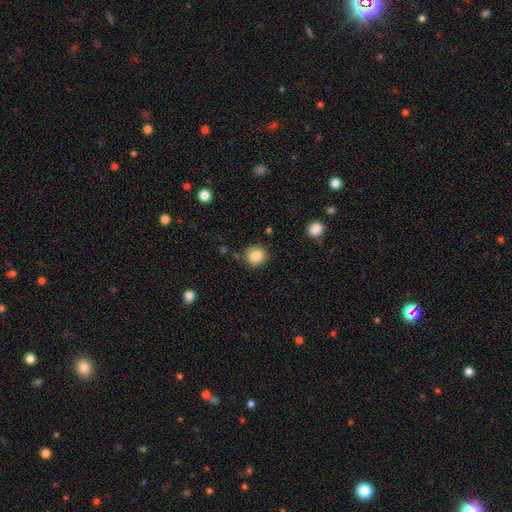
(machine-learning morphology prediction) The model was most divided on "how rounded": round: 86%, in between: 13%, cigar-shaped: 1%. More confident: merging — none (87%); smooth or featured — smooth (86%).